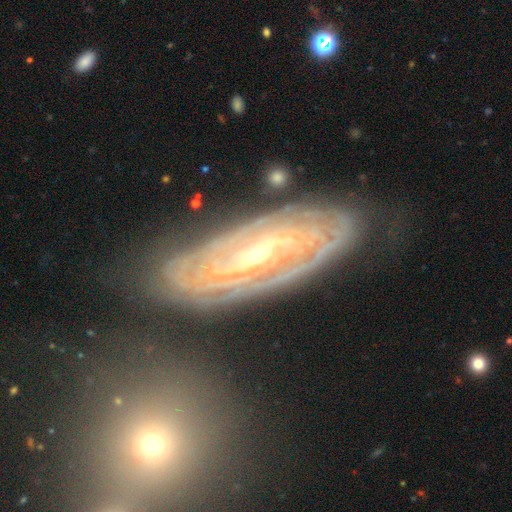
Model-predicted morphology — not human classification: Overall: featured or disk (87%). Edge-on disk: no (89%). Bar: strong (40%; weak 37%). Spiral arms: yes (92%). Spiral arm count: can't tell (41%; 2 23%). Spiral winding: tight (76%). Bulge size: small (65%; moderate 32%). Merging: none (77%).